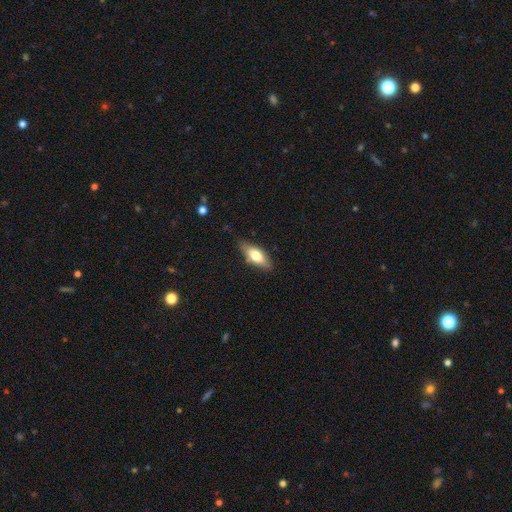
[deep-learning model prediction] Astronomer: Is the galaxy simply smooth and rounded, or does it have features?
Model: smooth — 66%.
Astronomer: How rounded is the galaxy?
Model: in between — 74%.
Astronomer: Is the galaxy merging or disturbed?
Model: none — 78%.